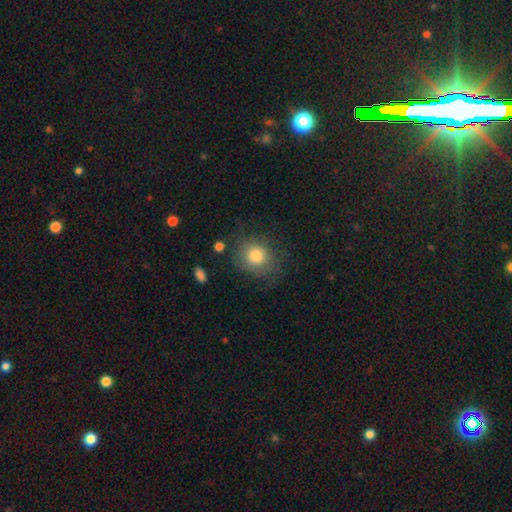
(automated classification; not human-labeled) This is likely a smooth galaxy (78%). How rounded: likely round (78%). Merging: likely none (71%).